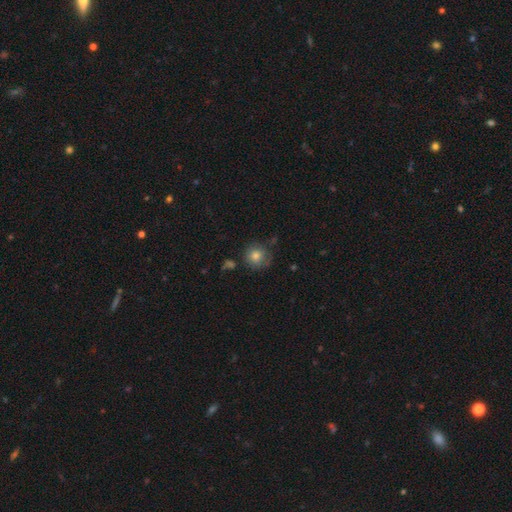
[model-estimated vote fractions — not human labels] Smooth or featured?
  - smooth: 78% *
  - featured or disk: 12%
  - star or artifact: 10%
How rounded?
  - round: 90% *
  - in between: 9%
  - cigar-shaped: 1%
Merging?
  - none: 69% *
  - minor disturbance: 20%
  - major disturbance: 7%
  - merger: 4%